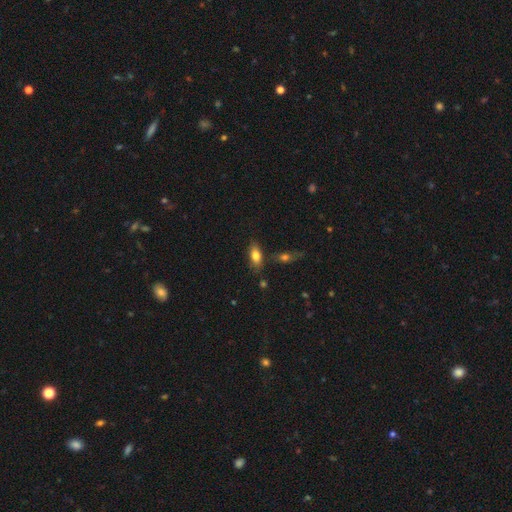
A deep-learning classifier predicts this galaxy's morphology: This is likely a smooth galaxy (78%). How rounded: clearly in between (86%). Merging: likely none (71%).